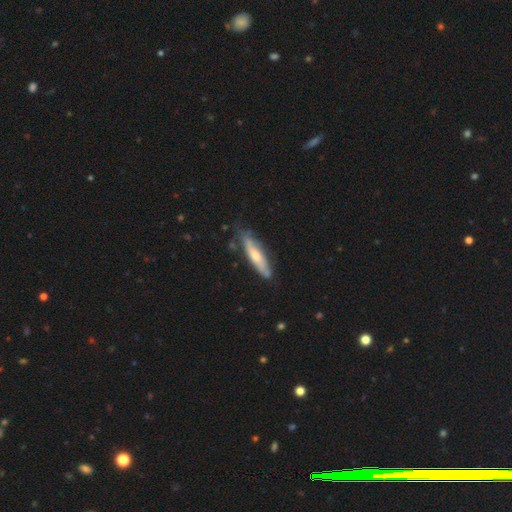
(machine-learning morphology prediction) Overall: smooth (49%; featured or disk 45%). Merging: none (67%).